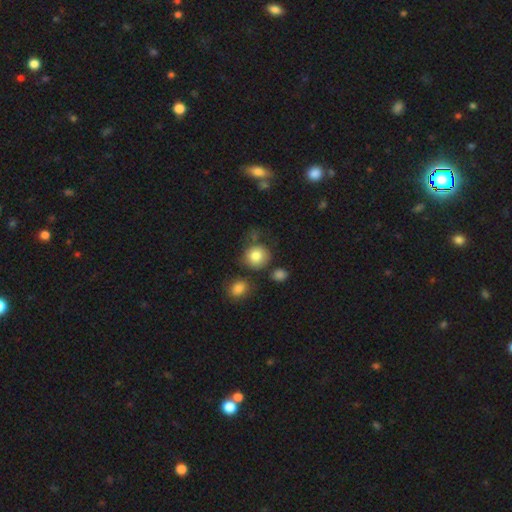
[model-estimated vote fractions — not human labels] This appears to be a smooth galaxy with no disk features (82%) that is round (86%). Merging: none (67%).